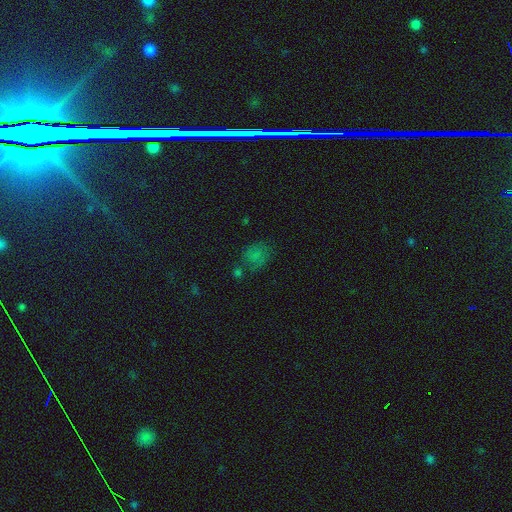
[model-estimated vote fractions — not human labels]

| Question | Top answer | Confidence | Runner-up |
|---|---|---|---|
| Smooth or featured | smooth | 61% | star or artifact (28%) |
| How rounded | round | 58% | in between (40%) |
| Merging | none | 55% | minor disturbance (22%) |